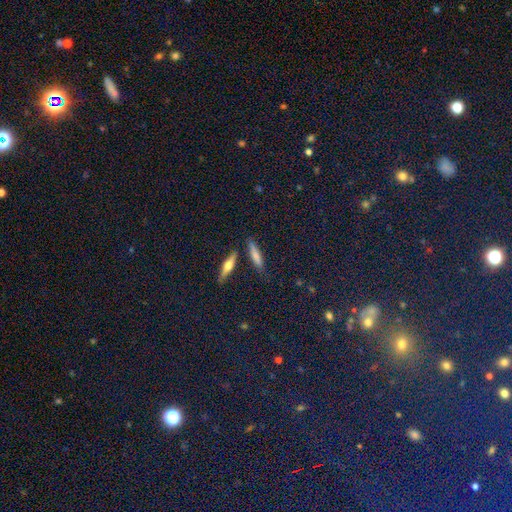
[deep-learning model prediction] A smooth galaxy with no disk features (65%) that is cigar-shaped (77%). Merging: none (80%).